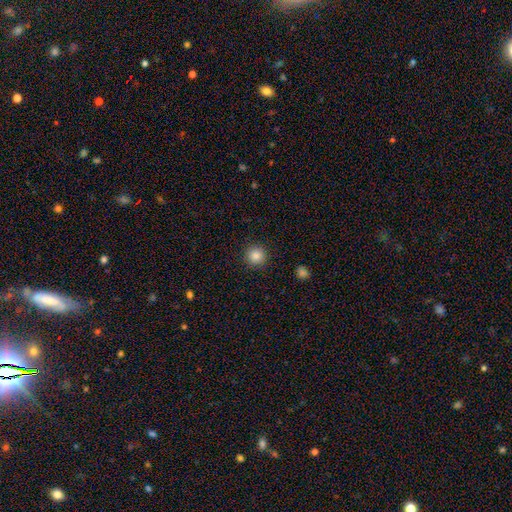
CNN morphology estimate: Overall: smooth (86%). How rounded: round (95%). Merging: none (92%).